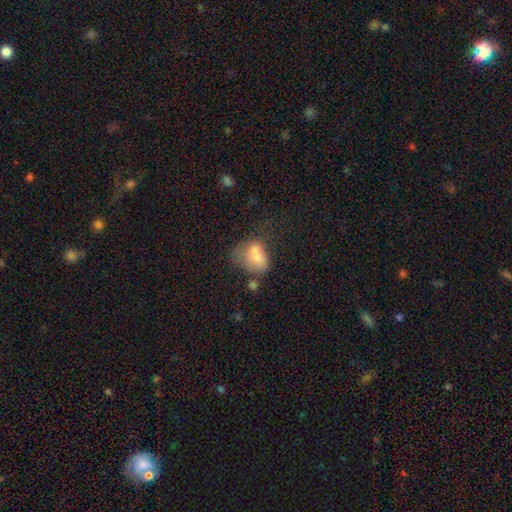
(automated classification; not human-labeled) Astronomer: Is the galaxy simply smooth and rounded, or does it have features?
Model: smooth — 72%.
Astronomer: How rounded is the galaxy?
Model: in between — 74%.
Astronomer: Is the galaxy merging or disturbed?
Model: major disturbance — 34% (runner-up: minor disturbance, 28%).